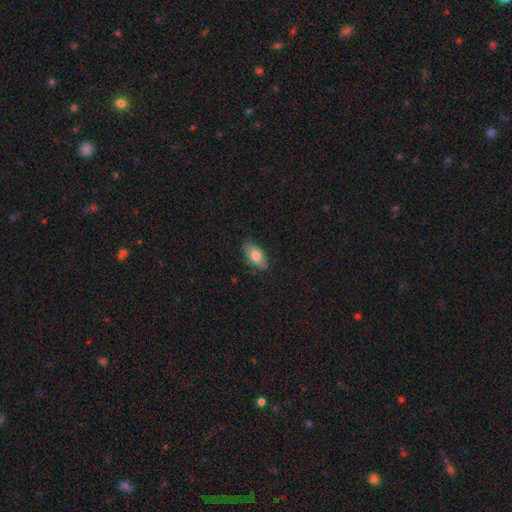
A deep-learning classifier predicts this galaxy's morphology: Overall: smooth (77%). How rounded: in between (90%). Merging: none (83%).